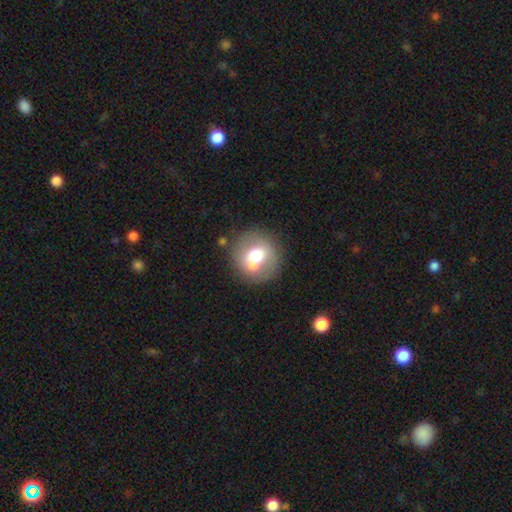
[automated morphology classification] Smooth or featured?
  - smooth: 62% *
  - featured or disk: 28%
  - star or artifact: 10%
How rounded?
  - round: 89% *
  - in between: 10%
  - cigar-shaped: 1%
Merging?
  - none: 64% *
  - merger: 20%
  - minor disturbance: 12%
  - major disturbance: 5%